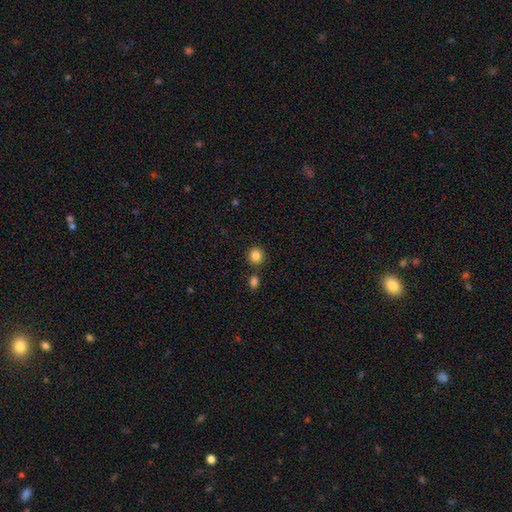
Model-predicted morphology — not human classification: The model was most divided on "merging": none: 82%, merger: 8%, minor disturbance: 8%, major disturbance: 2%. More confident: how rounded — round (89%); smooth or featured — smooth (85%).